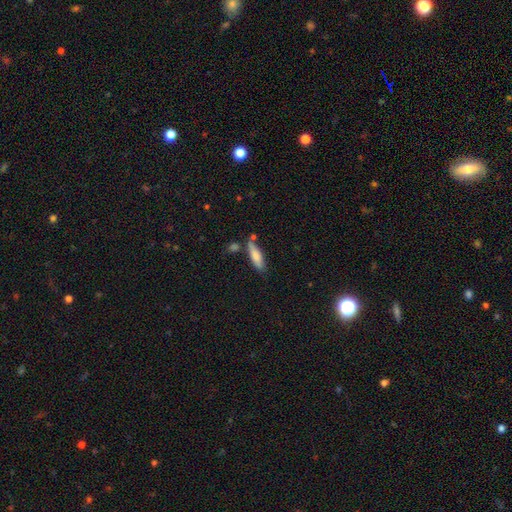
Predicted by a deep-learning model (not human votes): Smooth or featured?
  - smooth: 76% *
  - featured or disk: 17%
  - star or artifact: 7%
How rounded?
  - cigar-shaped: 60% *
  - in between: 39%
  - round: 2%
Merging?
  - none: 66% *
  - minor disturbance: 18%
  - merger: 12%
  - major disturbance: 4%